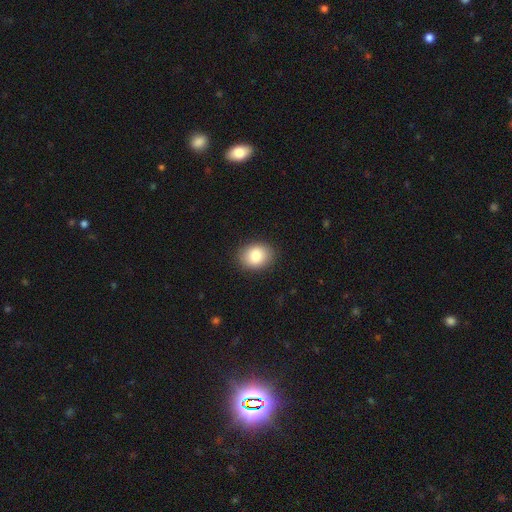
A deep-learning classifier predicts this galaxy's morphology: Q: Smooth or featured?
A: smooth (84%); runner-up: star or artifact (8%)
Q: How rounded?
A: in between (59%); runner-up: round (40%)
Q: Merging?
A: none (88%); runner-up: minor disturbance (8%)